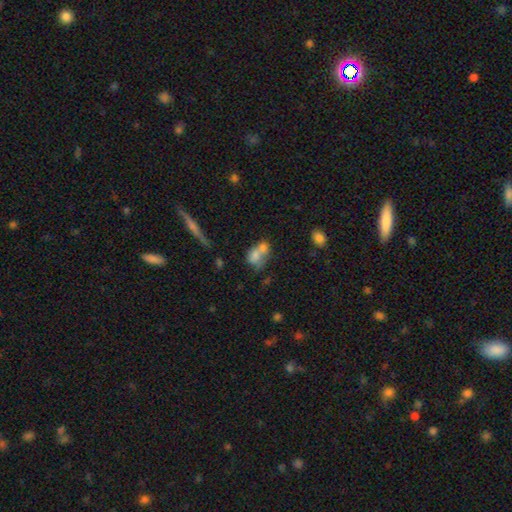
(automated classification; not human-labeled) Q: Smooth or featured?
A: smooth (66%); runner-up: featured or disk (23%)
Q: How rounded?
A: in between (66%); runner-up: round (30%)
Q: Merging?
A: merger (62%); runner-up: none (21%)